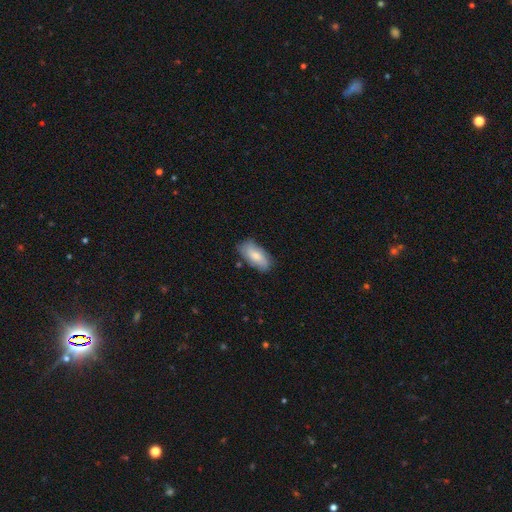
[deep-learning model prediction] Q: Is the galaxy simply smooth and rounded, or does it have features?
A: smooth — 75%.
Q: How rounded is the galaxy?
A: in between — 90%.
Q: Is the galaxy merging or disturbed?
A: none — 76%.